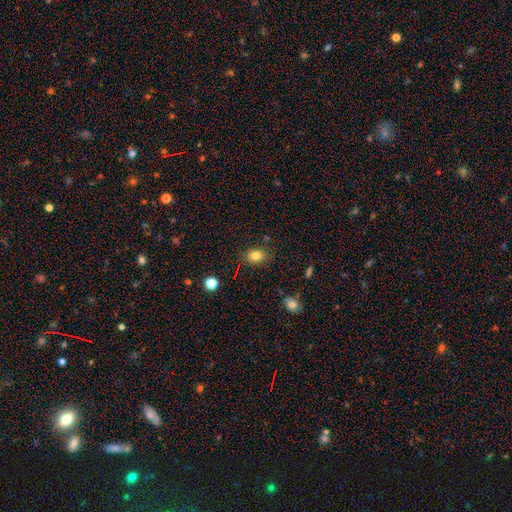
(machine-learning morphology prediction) Smooth or featured? Predicted: smooth (p=0.81). How rounded? Predicted: in between (p=0.72). Merging? Predicted: none (p=0.81).